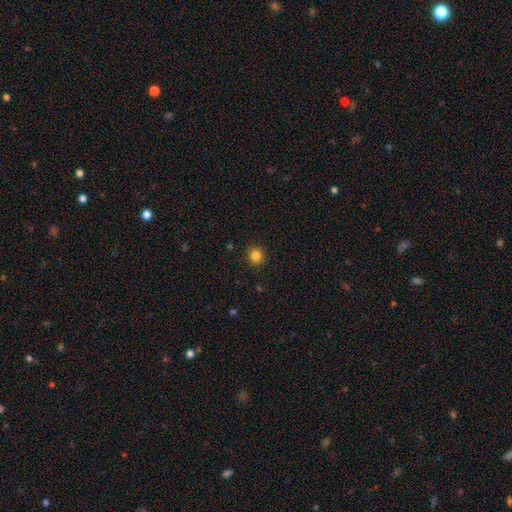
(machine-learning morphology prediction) A smooth galaxy with no disk features (84%) that is round (87%).

Vote fractions:
- Smooth or featured? smooth: 84% / star or artifact: 12% / featured or disk: 4%
- How rounded? round: 87% / in between: 12% / cigar-shaped: 1%
- Merging? none: 91% / minor disturbance: 6% / major disturbance: 2% / merger: 1%